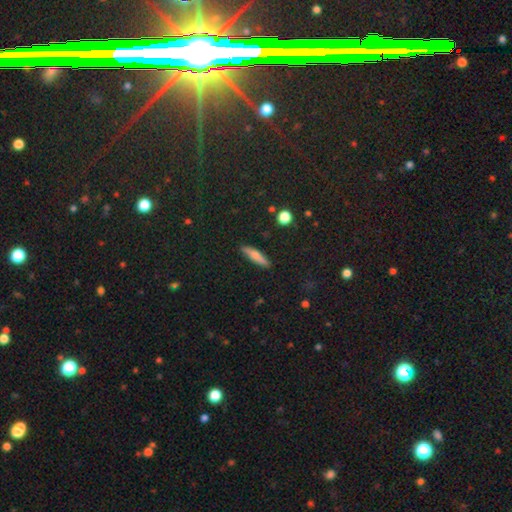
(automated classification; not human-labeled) A smooth galaxy with no disk features (69%) that is cigar-shaped (78%). Merging: none (88%).